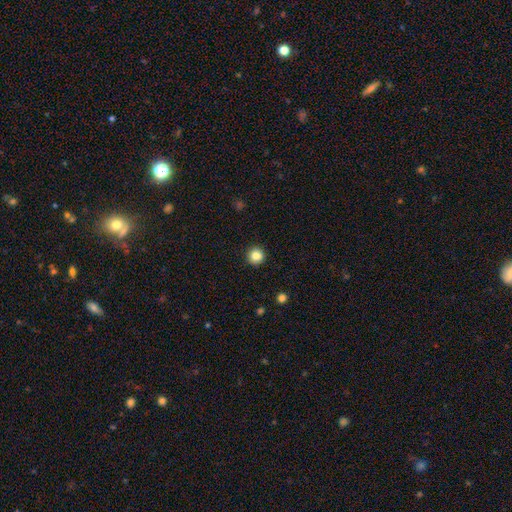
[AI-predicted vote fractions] A smooth galaxy with no disk features (84%) that is round (95%).

Vote fractions:
- Smooth or featured? smooth: 84% / star or artifact: 10% / featured or disk: 5%
- How rounded? round: 95% / in between: 4% / cigar-shaped: 1%
- Merging? none: 93% / minor disturbance: 4% / major disturbance: 2% / merger: 1%